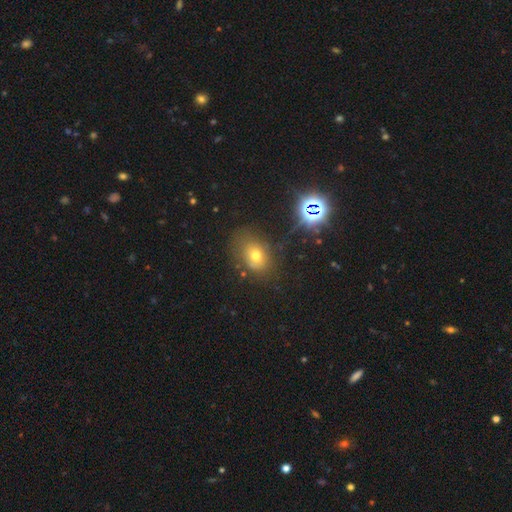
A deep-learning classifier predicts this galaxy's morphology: This appears to be a smooth galaxy with no disk features (63%) that is in between round and cigar-shaped (58%). Merging: none (66%).